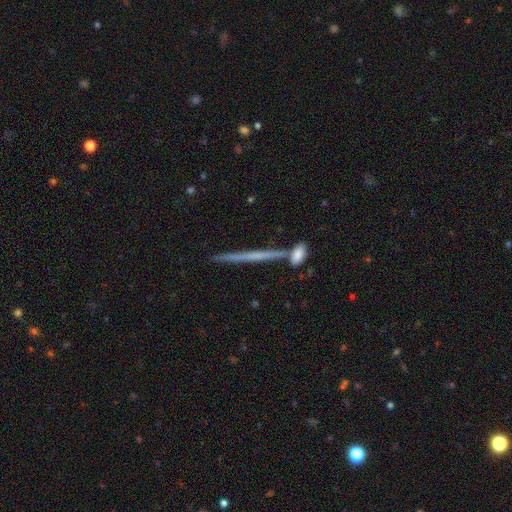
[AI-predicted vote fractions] Smooth or featured?
  - featured or disk: 60% *
  - smooth: 33%
  - star or artifact: 7%
Edge-on disk?
  - yes: 97% *
  - no: 3%
Edge-on bulge?
  - none: 78% *
  - rounded: 17%
  - boxy: 6%
Merging?
  - none: 81% *
  - merger: 10%
  - minor disturbance: 7%
  - major disturbance: 2%